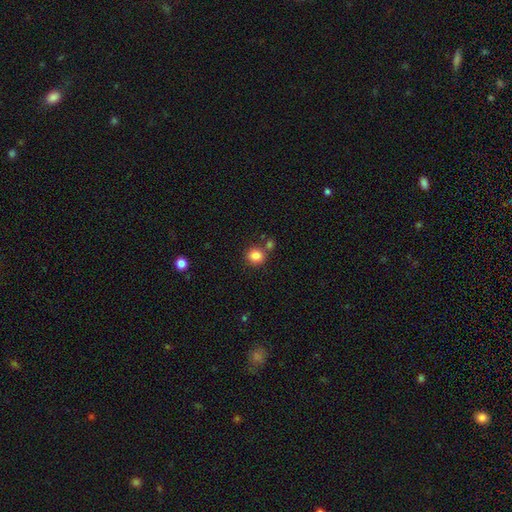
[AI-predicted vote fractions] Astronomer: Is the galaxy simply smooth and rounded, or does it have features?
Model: smooth — 85%.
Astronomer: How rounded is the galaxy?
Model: round — 86%.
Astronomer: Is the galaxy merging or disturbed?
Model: none — 72%.